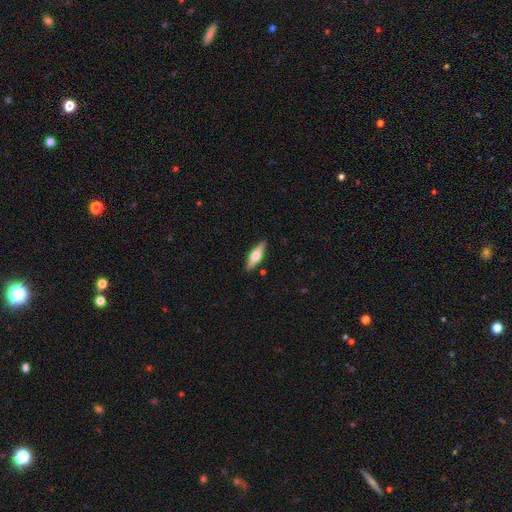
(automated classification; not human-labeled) Smooth or featured? smooth (51%)
How rounded? cigar-shaped (53%)
Merging? none (88%)